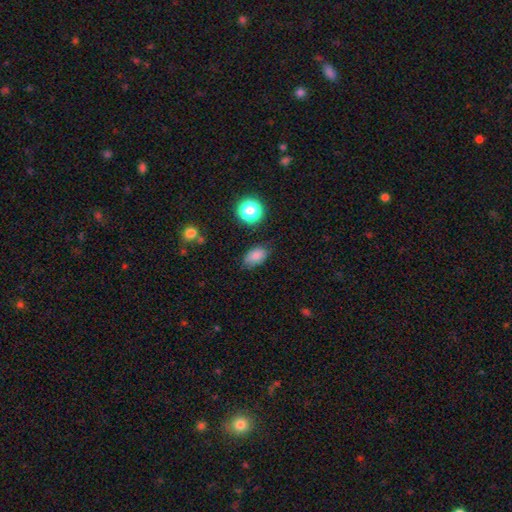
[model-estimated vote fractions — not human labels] smooth_or_featured: smooth (p=0.81) [alt: star or artifact p=0.12]
how_rounded: in between (p=0.86) [alt: round p=0.12]
merging: none (p=0.74) [alt: minor disturbance p=0.19]